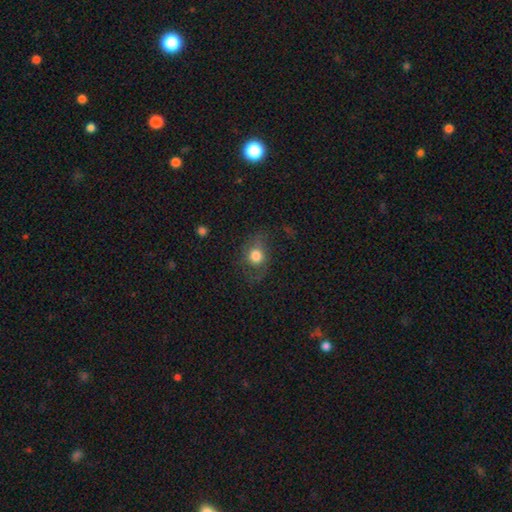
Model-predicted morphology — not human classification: A smooth galaxy with no disk features (64%) that is round (58%). Merging: none (57%).